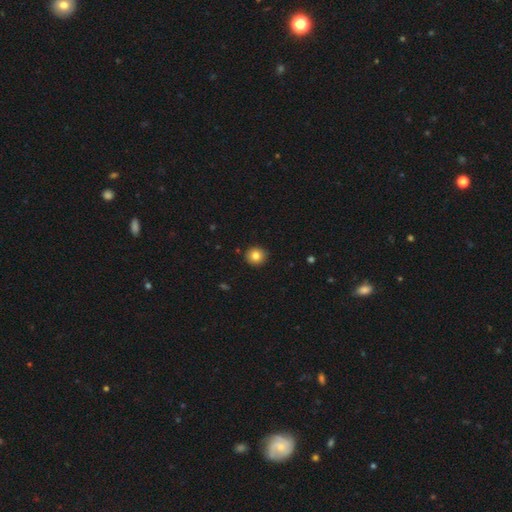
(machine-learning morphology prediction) Smooth or featured?
  - smooth: 82% *
  - star or artifact: 10%
  - featured or disk: 8%
How rounded?
  - round: 91% *
  - in between: 8%
  - cigar-shaped: 1%
Merging?
  - none: 91% *
  - minor disturbance: 6%
  - major disturbance: 2%
  - merger: 1%